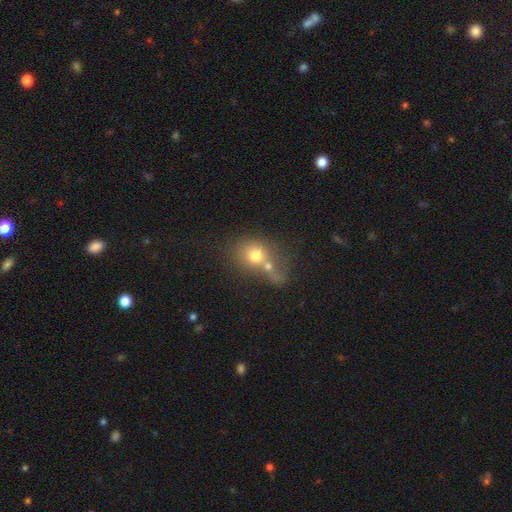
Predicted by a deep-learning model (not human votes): Smooth or featured? Predicted: smooth (p=0.71). How rounded? Predicted: round (p=0.66). Merging? Predicted: merger (p=0.58).